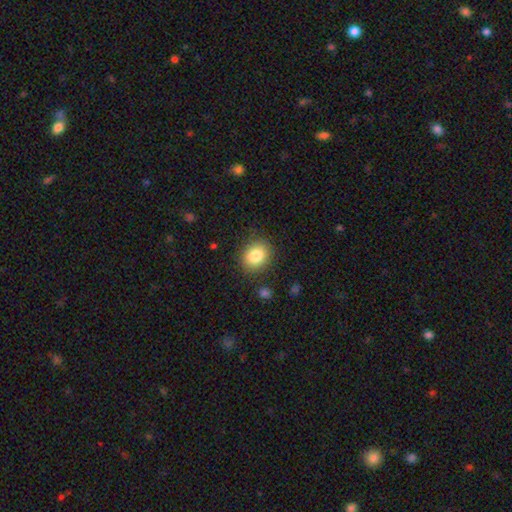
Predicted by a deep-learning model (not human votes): Smooth or featured: smooth — 84% (star or artifact — 9%)
How rounded: round — 59% (in between — 41%)
Merging: none — 85% (minor disturbance — 10%)